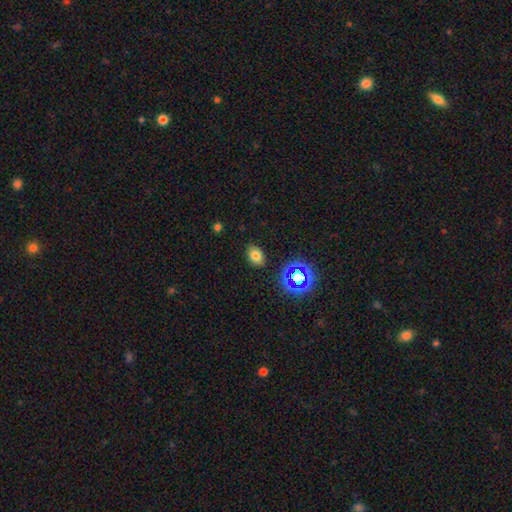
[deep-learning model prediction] smooth-or-featured: smooth: 73% | star or artifact: 18% | featured or disk: 9%
  how-rounded: in between: 76% | round: 23% | cigar-shaped: 1%
  merging: none: 86% | minor disturbance: 10% | major disturbance: 3% | merger: 2%